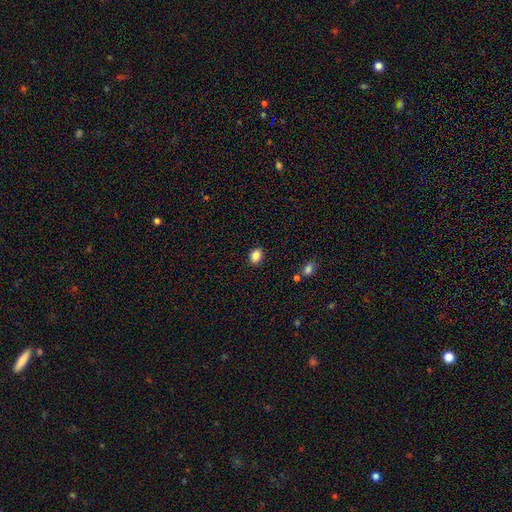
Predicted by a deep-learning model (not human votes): smooth_or_featured: smooth (p=0.86) [alt: star or artifact p=0.10]
how_rounded: in between (p=0.56) [alt: round p=0.43]
merging: none (p=0.89) [alt: minor disturbance p=0.08]